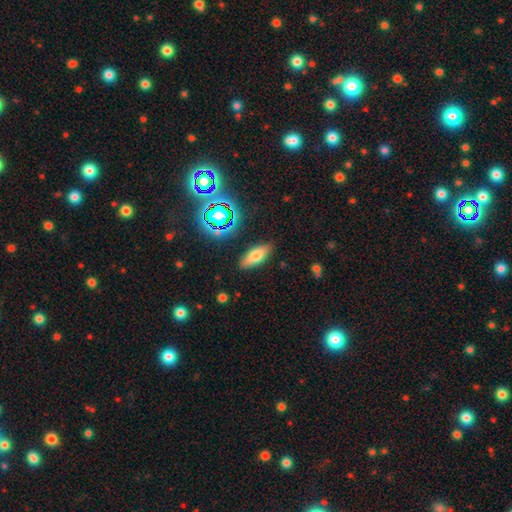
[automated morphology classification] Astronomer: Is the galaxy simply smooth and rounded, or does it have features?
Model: smooth — 69%.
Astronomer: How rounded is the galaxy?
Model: in between — 74%.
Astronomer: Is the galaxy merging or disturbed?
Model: none — 85%.